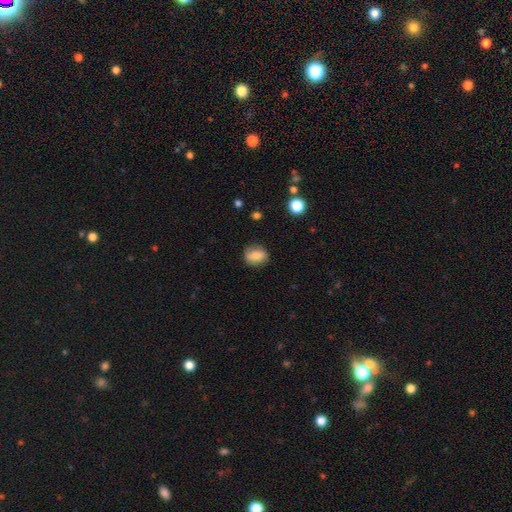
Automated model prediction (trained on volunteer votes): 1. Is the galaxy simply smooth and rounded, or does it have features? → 79% smooth, 12% featured or disk, 9% star or artifact.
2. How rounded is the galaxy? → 53% in between, 45% round, 2% cigar-shaped.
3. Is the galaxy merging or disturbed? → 81% none, 14% minor disturbance, 4% major disturbance, 1% merger.